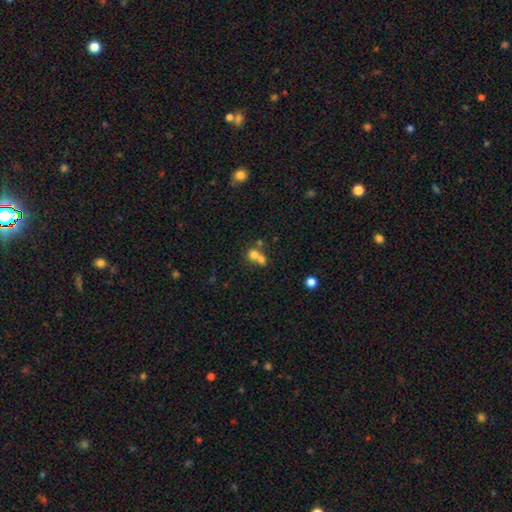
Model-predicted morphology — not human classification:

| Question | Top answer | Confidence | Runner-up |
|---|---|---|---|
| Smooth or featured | smooth | 70% | featured or disk (17%) |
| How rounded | round | 78% | in between (21%) |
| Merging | merger | 62% | none (29%) |